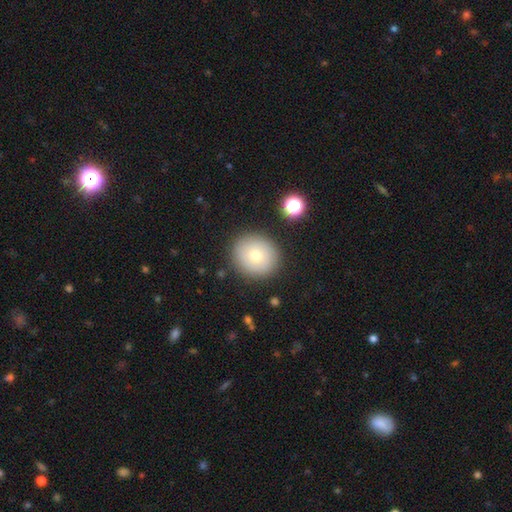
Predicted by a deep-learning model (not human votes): Smooth or featured? Predicted: smooth (p=0.72). How rounded? Predicted: round (p=0.85). Merging? Predicted: none (p=0.87).